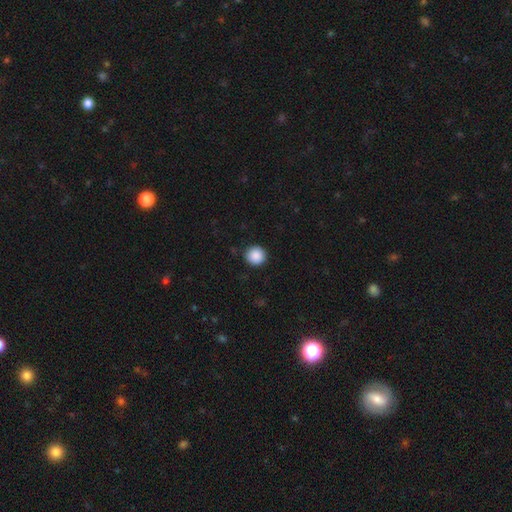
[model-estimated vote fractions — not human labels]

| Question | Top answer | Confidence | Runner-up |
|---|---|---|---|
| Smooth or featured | smooth | 89% | star or artifact (8%) |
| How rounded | round | 94% | in between (5%) |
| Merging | none | 91% | minor disturbance (6%) |